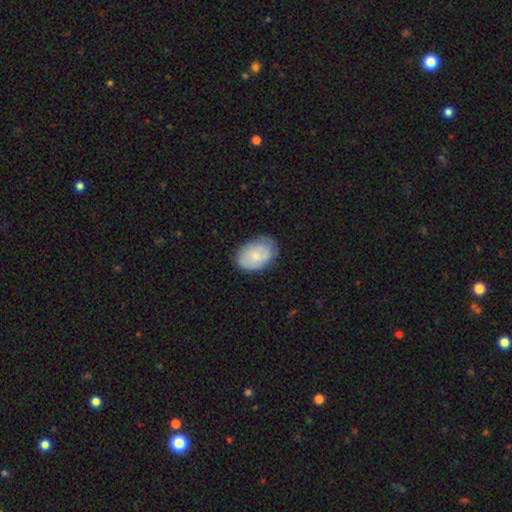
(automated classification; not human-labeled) Q: Smooth or featured?
A: smooth (68%); runner-up: featured or disk (25%)
Q: How rounded?
A: in between (82%); runner-up: round (17%)
Q: Merging?
A: none (72%); runner-up: minor disturbance (22%)